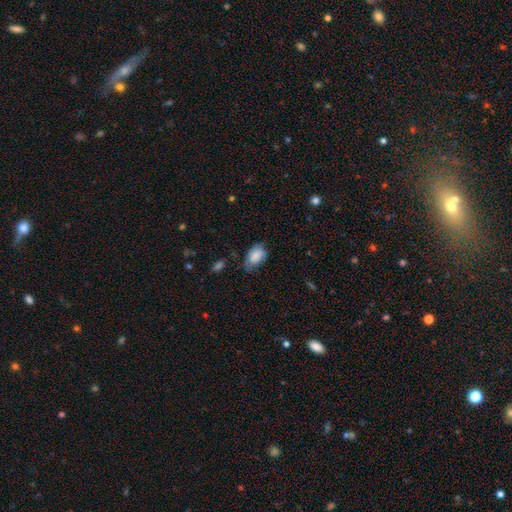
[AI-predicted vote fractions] This is clearly a smooth galaxy (81%). How rounded: clearly in between (88%). Merging: possibly none (48%).